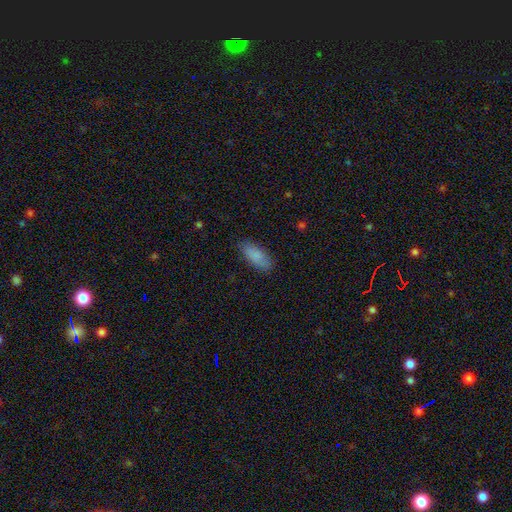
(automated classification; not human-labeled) The model was most divided on "how rounded": in between: 79%, cigar-shaped: 19%, round: 2%. More confident: smooth or featured — smooth (86%); merging — none (83%).